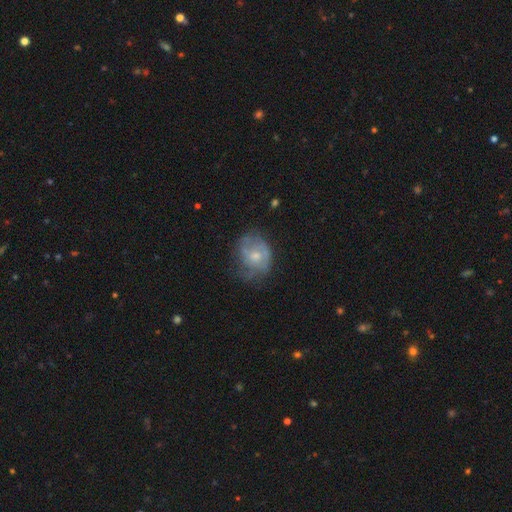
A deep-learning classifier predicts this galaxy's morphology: Q: Smooth or featured?
A: featured or disk (50%); runner-up: smooth (41%)
Q: Edge-on disk?
A: no (97%); runner-up: yes (3%)
Q: Merging?
A: none (46%); runner-up: minor disturbance (31%)